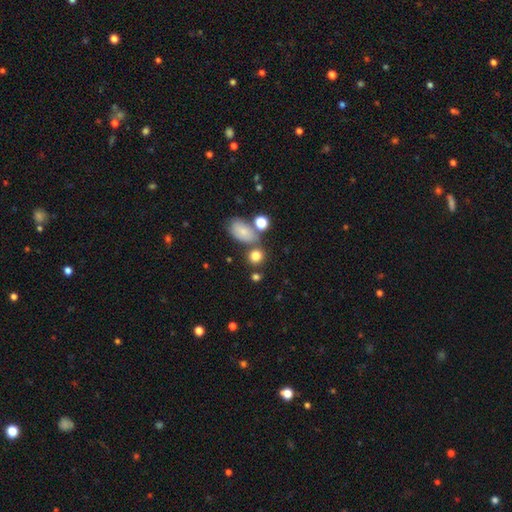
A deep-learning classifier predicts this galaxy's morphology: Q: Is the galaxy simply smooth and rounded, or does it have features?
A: smooth — 80%.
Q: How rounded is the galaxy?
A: round — 70%.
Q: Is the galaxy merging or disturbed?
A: none — 64%.